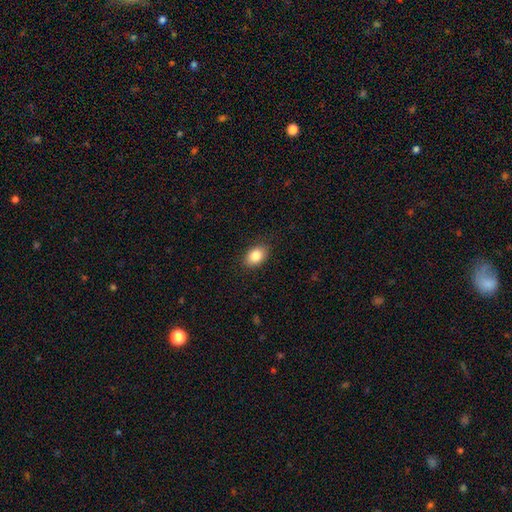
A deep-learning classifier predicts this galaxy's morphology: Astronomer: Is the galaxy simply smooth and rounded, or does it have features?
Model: smooth — 85%.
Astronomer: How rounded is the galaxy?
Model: in between — 82%.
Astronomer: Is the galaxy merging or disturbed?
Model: none — 87%.